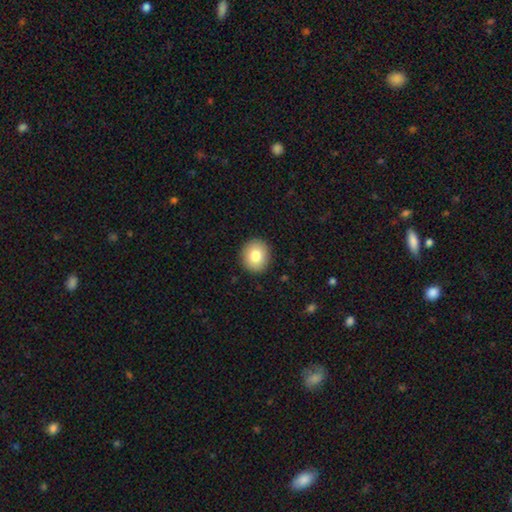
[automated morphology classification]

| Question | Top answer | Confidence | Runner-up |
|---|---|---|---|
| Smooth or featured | smooth | 81% | featured or disk (11%) |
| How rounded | round | 83% | in between (16%) |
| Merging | none | 92% | minor disturbance (6%) |